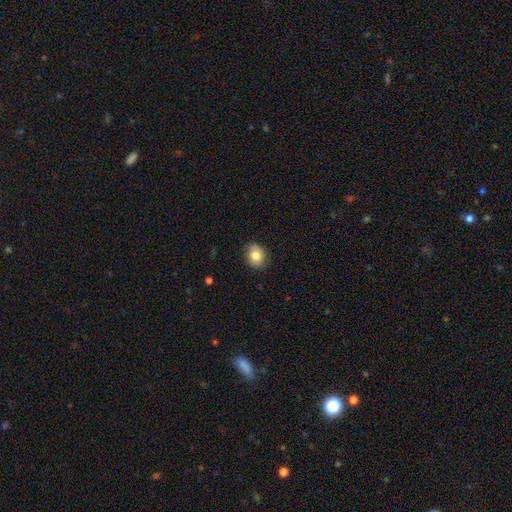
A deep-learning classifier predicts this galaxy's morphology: Smooth or featured?
  - smooth: 82% *
  - featured or disk: 9%
  - star or artifact: 9%
How rounded?
  - round: 51% *
  - in between: 48%
  - cigar-shaped: 1%
Merging?
  - none: 85% *
  - minor disturbance: 12%
  - major disturbance: 2%
  - merger: 1%